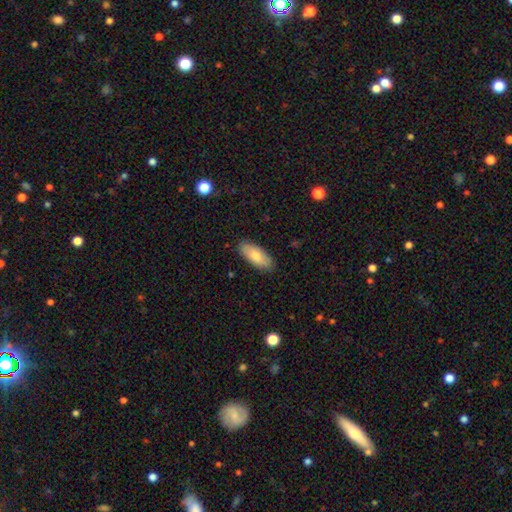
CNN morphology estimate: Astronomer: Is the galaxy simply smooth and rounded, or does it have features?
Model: smooth — 78%.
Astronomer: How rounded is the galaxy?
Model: in between — 84%.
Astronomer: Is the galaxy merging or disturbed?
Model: none — 87%.